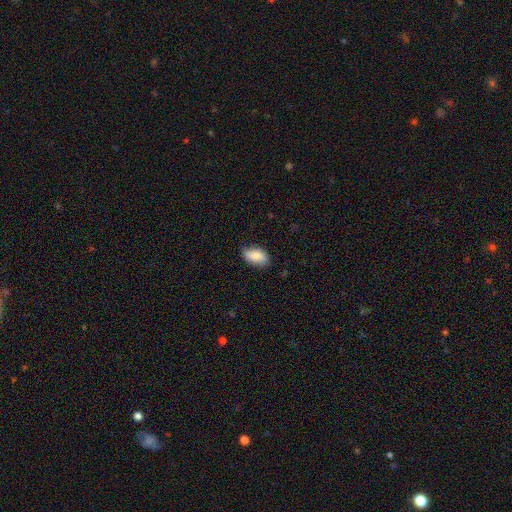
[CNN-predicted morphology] Smooth or featured? Predicted: smooth (p=0.85). How rounded? Predicted: in between (p=0.93). Merging? Predicted: none (p=0.75).